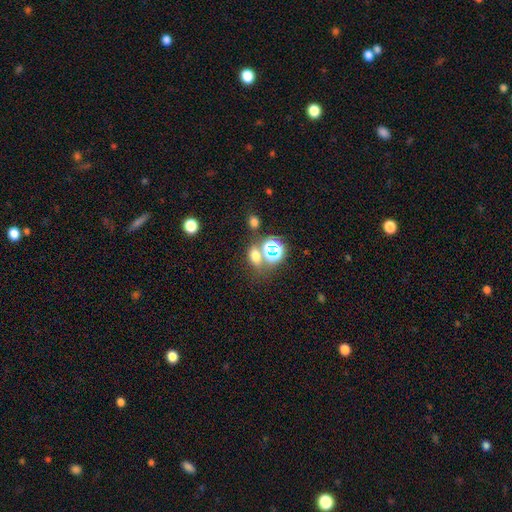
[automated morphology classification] Overall: smooth (62%; star or artifact 28%). How rounded: in between (59%; round 38%). Merging: none (61%; merger 23%).